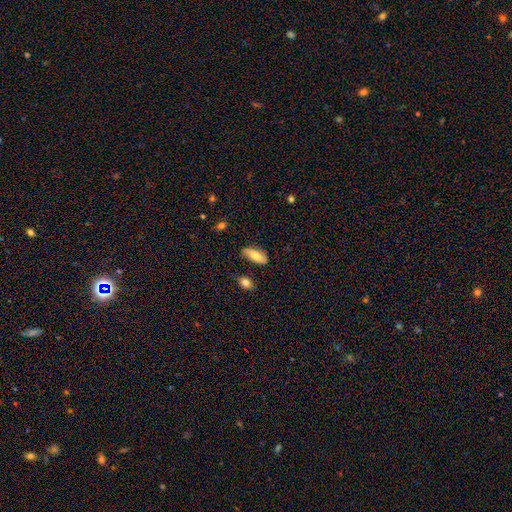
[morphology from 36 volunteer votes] Smooth or featured? 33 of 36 (92%) said smooth. How rounded? 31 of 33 (94%) said in between. Merging? 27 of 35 (77%) said none.